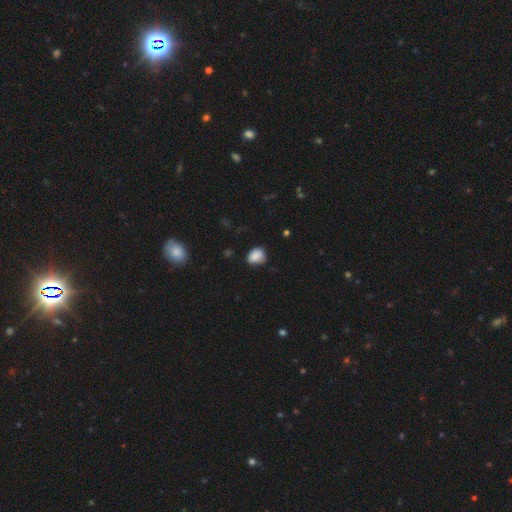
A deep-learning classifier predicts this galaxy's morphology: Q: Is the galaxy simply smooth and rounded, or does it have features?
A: smooth — 86%.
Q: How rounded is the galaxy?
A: in between — 56%.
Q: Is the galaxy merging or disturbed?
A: none — 64%.